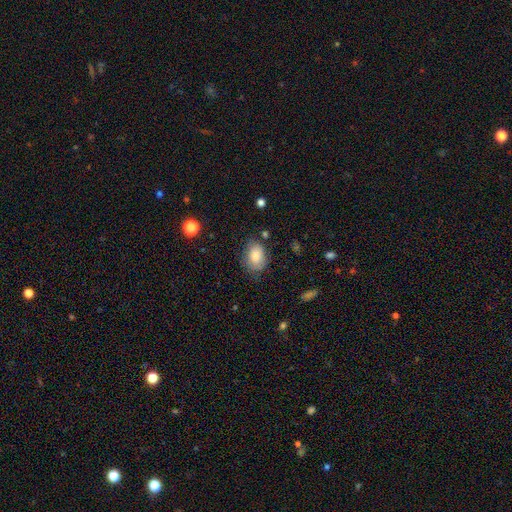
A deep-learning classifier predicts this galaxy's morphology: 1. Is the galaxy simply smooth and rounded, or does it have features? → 81% smooth, 11% featured or disk, 8% star or artifact.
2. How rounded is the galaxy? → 82% in between, 17% round, 1% cigar-shaped.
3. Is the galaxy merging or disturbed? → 69% none, 22% minor disturbance, 6% major disturbance, 2% merger.